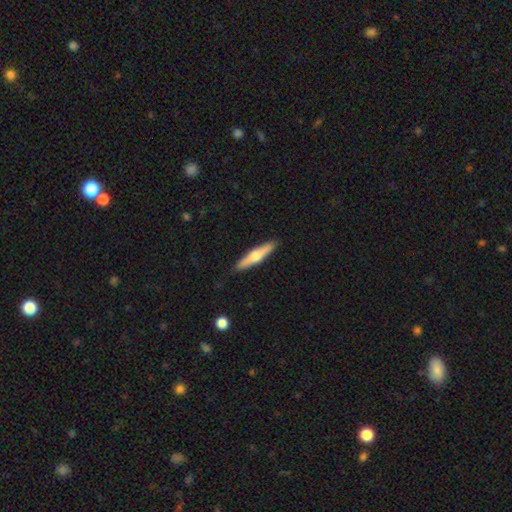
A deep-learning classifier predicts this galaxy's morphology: featured or disk 53%, smooth 42%, star or artifact 5%. Down the decision tree: edge-on disk — yes (95%); edge-on bulge — rounded (93%); merging — none (90%).